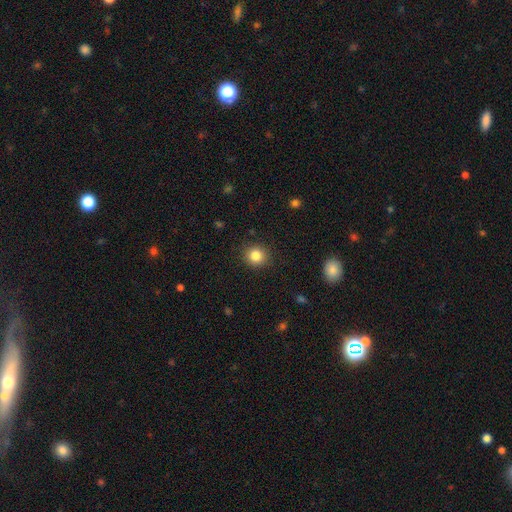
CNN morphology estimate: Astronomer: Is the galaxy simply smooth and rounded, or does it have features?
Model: smooth — 84%.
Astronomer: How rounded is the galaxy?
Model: round — 89%.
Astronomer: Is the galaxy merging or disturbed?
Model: none — 90%.